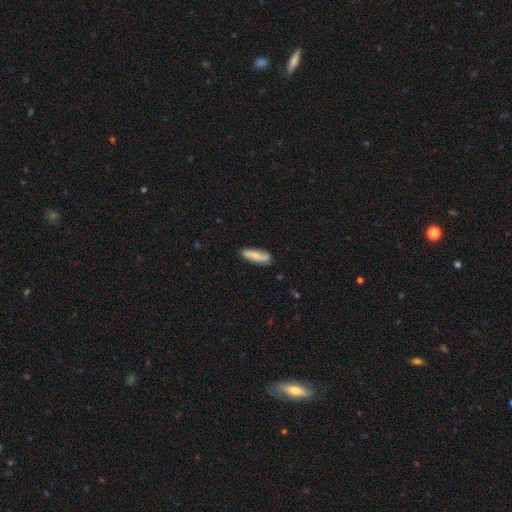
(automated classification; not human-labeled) Smooth or featured?
  - smooth: 66% *
  - featured or disk: 28%
  - star or artifact: 6%
How rounded?
  - cigar-shaped: 59% *
  - in between: 39%
  - round: 2%
Merging?
  - none: 75% *
  - minor disturbance: 19%
  - major disturbance: 4%
  - merger: 2%